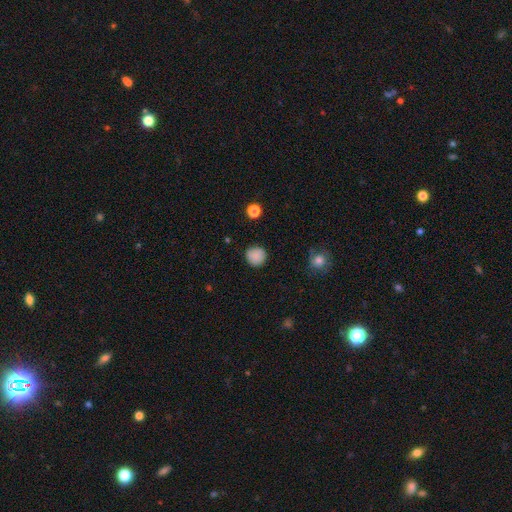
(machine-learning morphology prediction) Smooth or featured? Predicted: smooth (p=0.84). How rounded? Predicted: round (p=0.91). Merging? Predicted: none (p=0.84).